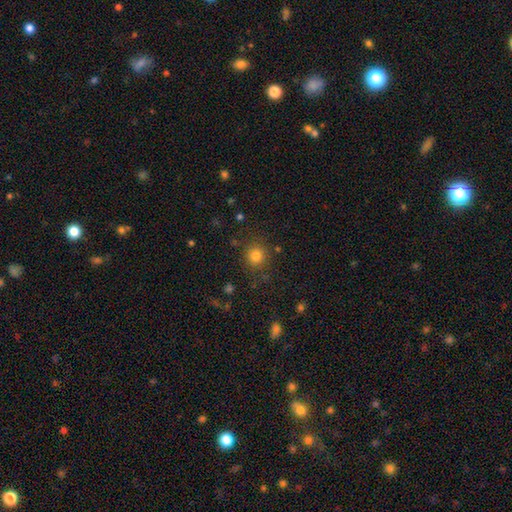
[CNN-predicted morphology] type=smooth (81%); roundness=round (90%); merging=none (84%).